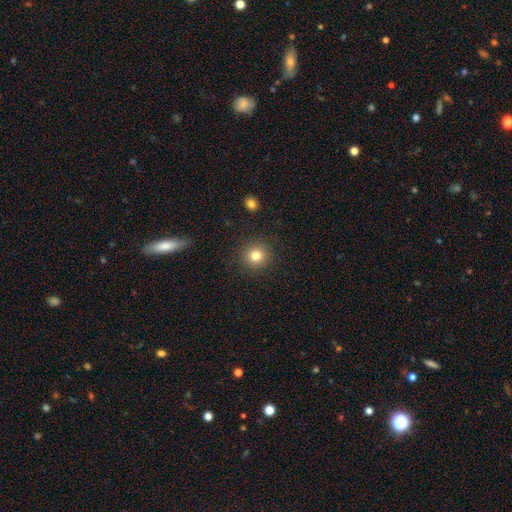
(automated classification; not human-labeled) This appears to be a smooth galaxy with no disk features (80%) that is round (93%). Merging: none (90%).